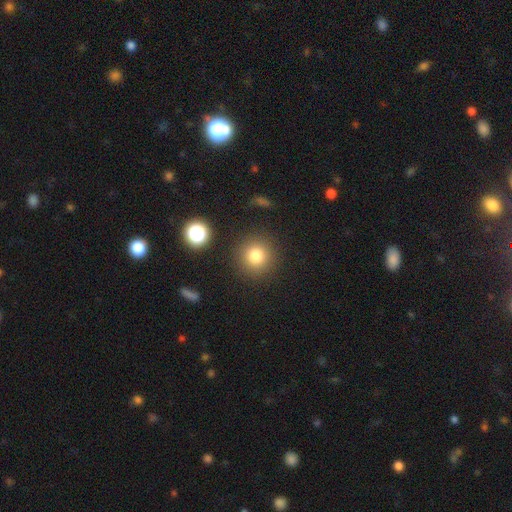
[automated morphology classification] smooth 79%, star or artifact 13%, featured or disk 7%. Down the decision tree: how rounded — round (94%); merging — none (88%).